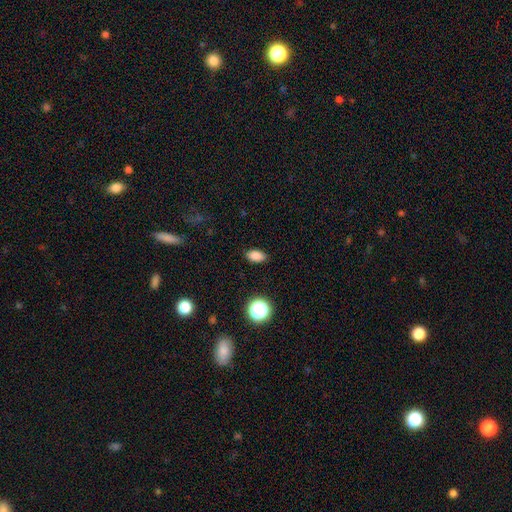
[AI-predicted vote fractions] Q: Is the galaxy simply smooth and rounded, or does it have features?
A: smooth — 84%.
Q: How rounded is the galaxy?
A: in between — 88%.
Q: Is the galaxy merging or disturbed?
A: none — 87%.